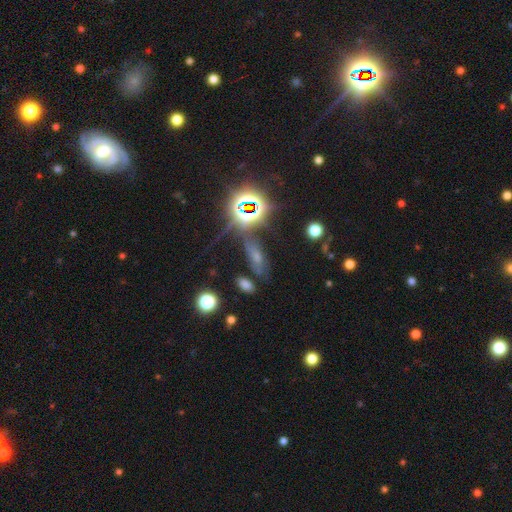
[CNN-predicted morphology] star or artifact 41%, smooth 34%, featured or disk 24%.